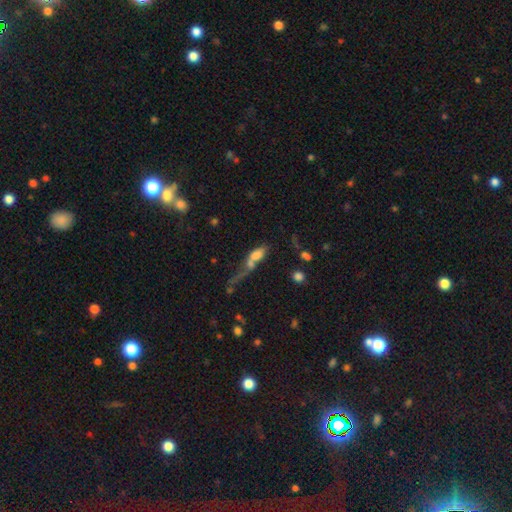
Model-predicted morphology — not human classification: Smooth or featured? Predicted: smooth (p=0.60). How rounded? Predicted: in between (p=0.65). Merging? Predicted: merger (p=0.51).